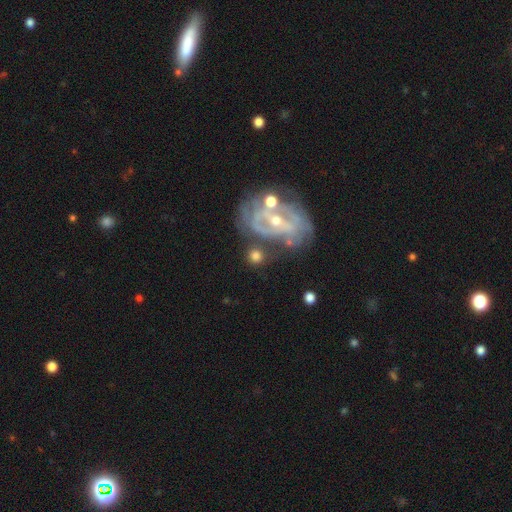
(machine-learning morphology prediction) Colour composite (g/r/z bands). It shows a smooth galaxy with no disk features (53%) that is round (79%). Merging: none (65%).